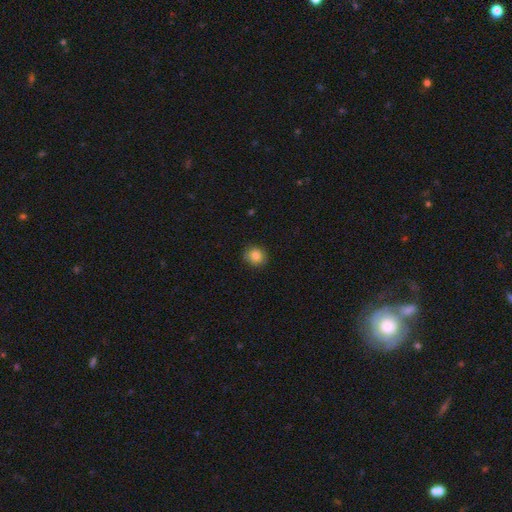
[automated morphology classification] smooth 84%, star or artifact 9%, featured or disk 6%. Down the decision tree: how rounded — round (78%); merging — none (88%).